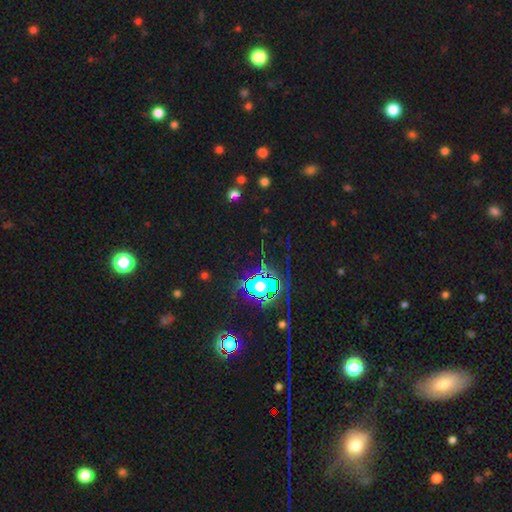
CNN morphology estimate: type=star or artifact (76%).